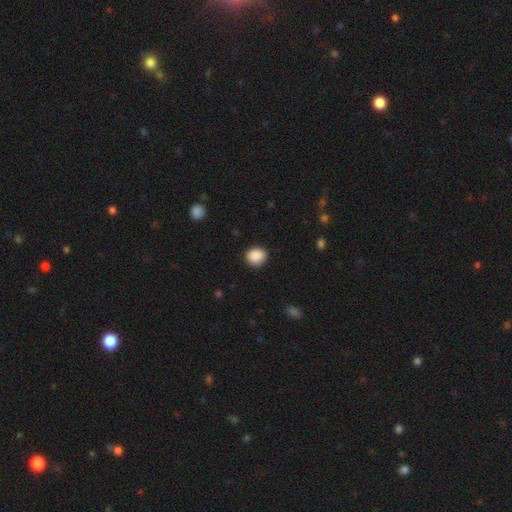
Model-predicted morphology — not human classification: smooth-or-featured: smooth: 89% | star or artifact: 8% | featured or disk: 3%
  how-rounded: round: 79% | in between: 21% | cigar-shaped: 1%
  merging: none: 89% | minor disturbance: 8% | major disturbance: 2% | merger: 1%